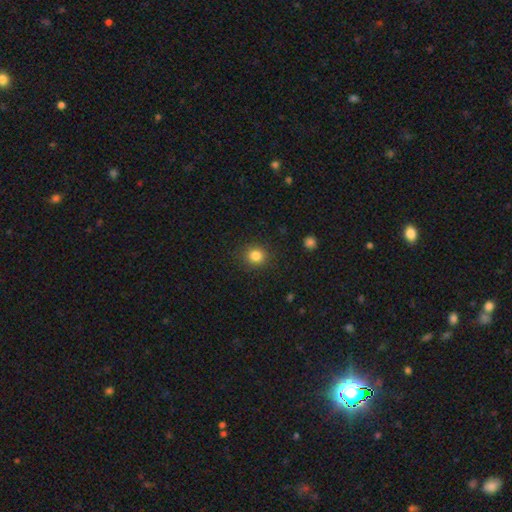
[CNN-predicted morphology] smooth_or_featured: smooth (p=0.84) [alt: star or artifact p=0.11]
how_rounded: round (p=0.84) [alt: in between p=0.15]
merging: none (p=0.88) [alt: minor disturbance p=0.08]